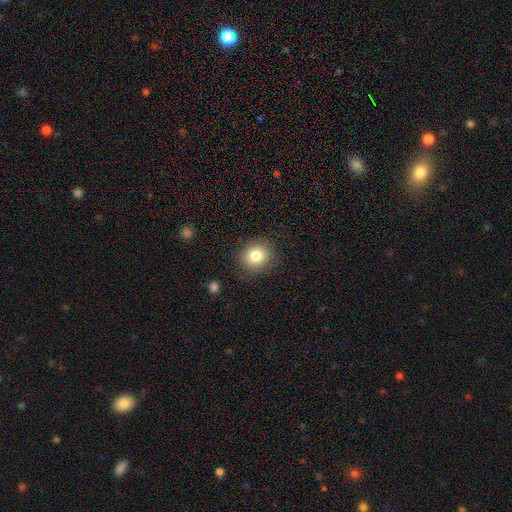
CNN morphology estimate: smooth_or_featured: smooth (p=0.79) [alt: star or artifact p=0.11]
how_rounded: round (p=0.79) [alt: in between p=0.20]
merging: none (p=0.86) [alt: minor disturbance p=0.09]